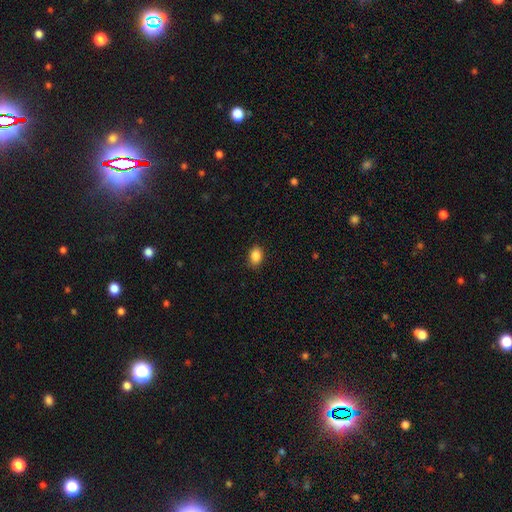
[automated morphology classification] The model was most divided on "how rounded": in between: 77%, round: 22%, cigar-shaped: 1%. More confident: smooth or featured — smooth (88%); merging — none (86%).